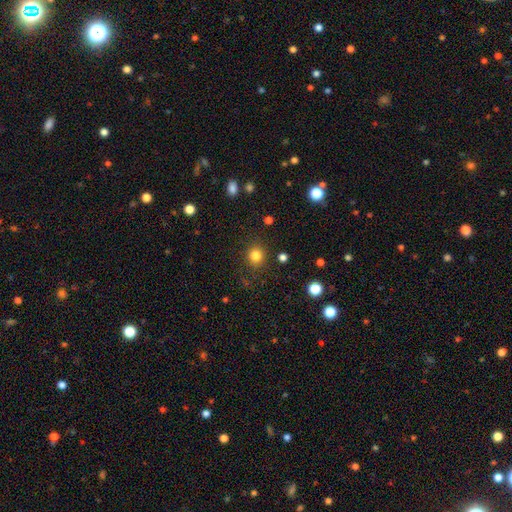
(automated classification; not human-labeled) Smooth or featured: smooth — 82% (star or artifact — 13%)
How rounded: round — 87% (in between — 12%)
Merging: none — 86% (minor disturbance — 8%)